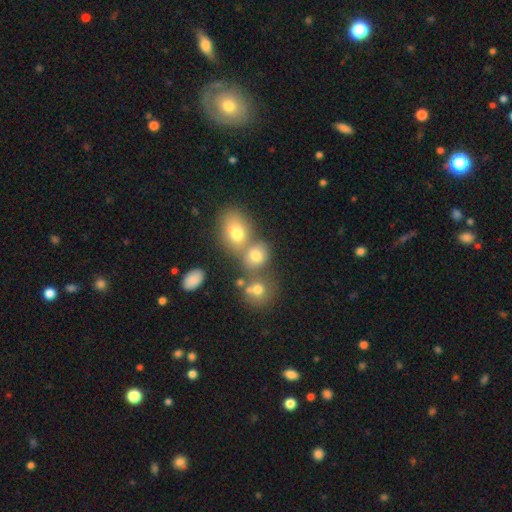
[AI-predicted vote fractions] Smooth or featured: smooth — 73% (star or artifact — 14%)
How rounded: round — 61% (in between — 37%)
Merging: merger — 44% (none — 42%)